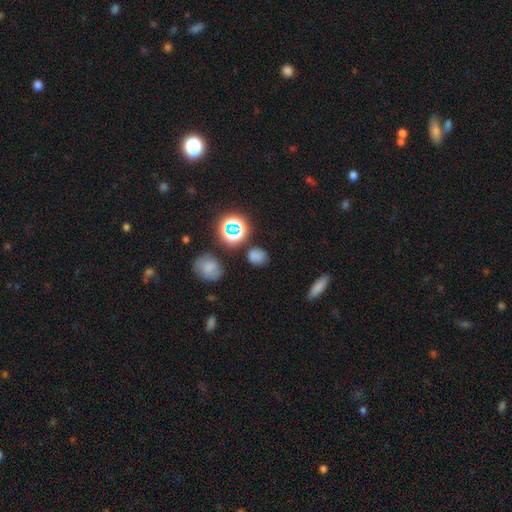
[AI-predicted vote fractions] Smooth or featured?
  - smooth: 69% *
  - star or artifact: 24%
  - featured or disk: 7%
How rounded?
  - round: 61% *
  - in between: 38%
  - cigar-shaped: 2%
Merging?
  - none: 75% *
  - minor disturbance: 15%
  - major disturbance: 5%
  - merger: 5%